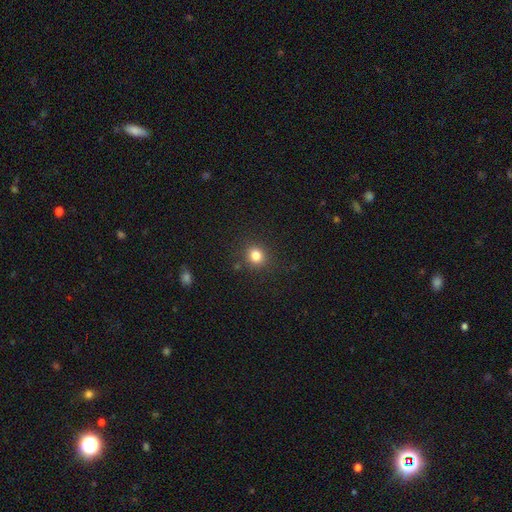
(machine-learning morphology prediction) The model was most divided on "smooth or featured": smooth: 81%, star or artifact: 13%, featured or disk: 5%. More confident: merging — none (87%); how rounded — round (85%).